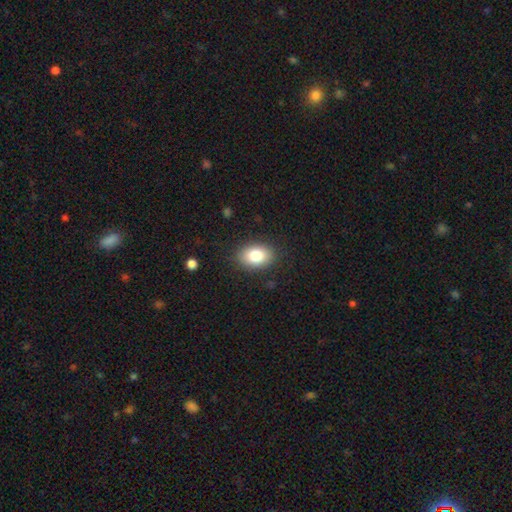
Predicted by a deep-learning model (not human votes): Q: Smooth or featured?
A: smooth (83%); runner-up: featured or disk (9%)
Q: How rounded?
A: in between (82%); runner-up: round (17%)
Q: Merging?
A: none (87%); runner-up: minor disturbance (10%)